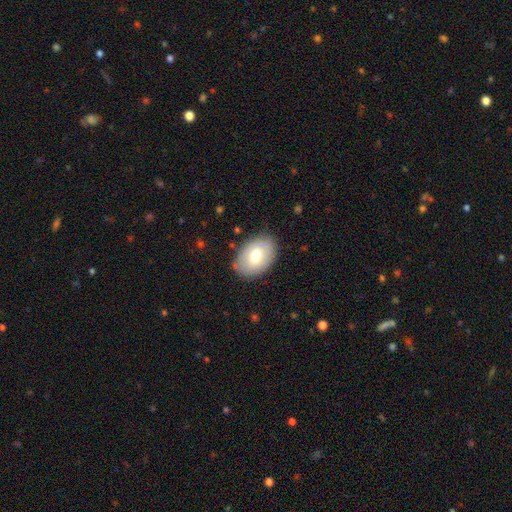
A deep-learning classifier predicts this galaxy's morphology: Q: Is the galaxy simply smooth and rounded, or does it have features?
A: smooth — 70%.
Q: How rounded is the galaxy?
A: in between — 86%.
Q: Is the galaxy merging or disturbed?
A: none — 82%.